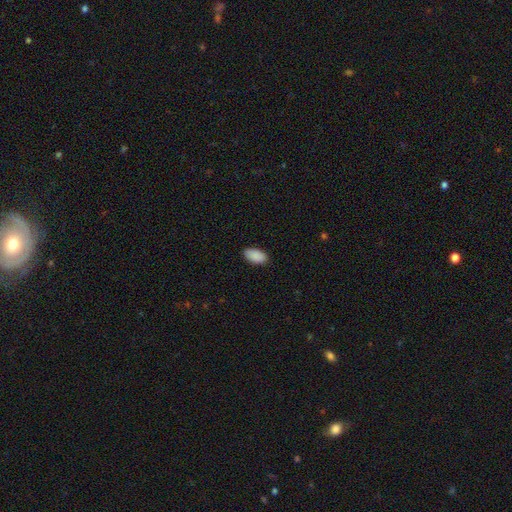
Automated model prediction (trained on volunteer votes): smooth_or_featured: smooth (p=0.91) [alt: star or artifact p=0.06]
how_rounded: in between (p=0.95) [alt: round p=0.03]
merging: none (p=0.88) [alt: minor disturbance p=0.09]